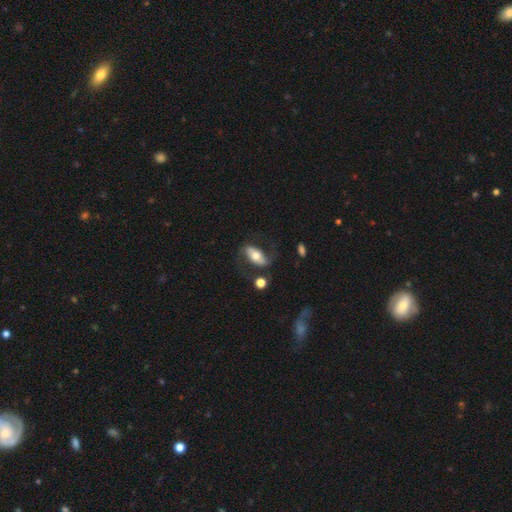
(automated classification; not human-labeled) A featured or disk galaxy (52%).

Vote fractions:
- Smooth or featured? featured or disk: 52% / smooth: 41% / star or artifact: 7%
- Edge-on disk? no: 86% / yes: 14%
- Merging? none: 62% / minor disturbance: 18% / major disturbance: 15% / merger: 5%